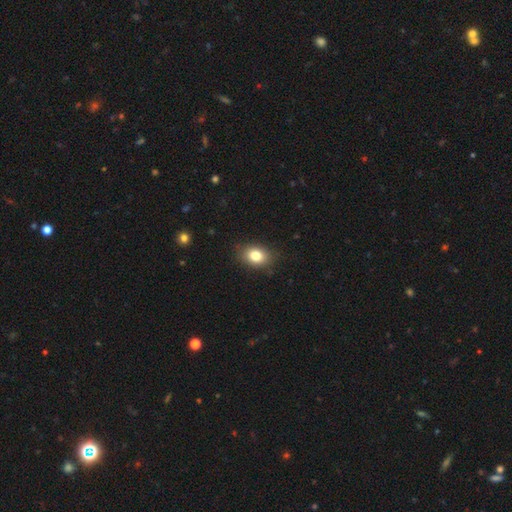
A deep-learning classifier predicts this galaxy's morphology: smooth-or-featured: smooth: 81% | star or artifact: 10% | featured or disk: 9%
  how-rounded: in between: 67% | round: 32% | cigar-shaped: 1%
  merging: none: 84% | minor disturbance: 12% | major disturbance: 3% | merger: 1%